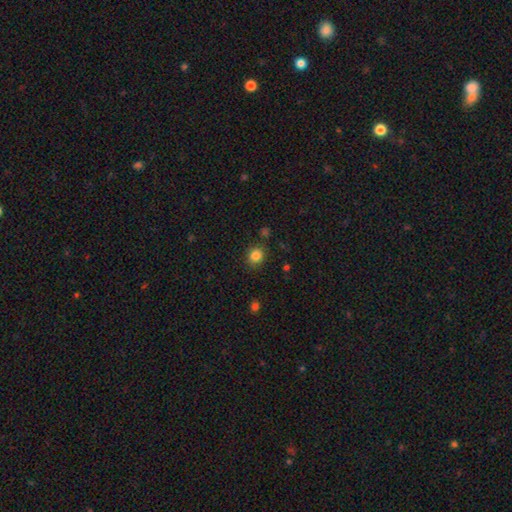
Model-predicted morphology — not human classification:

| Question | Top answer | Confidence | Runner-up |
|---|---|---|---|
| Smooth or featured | smooth | 84% | star or artifact (12%) |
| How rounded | round | 78% | in between (22%) |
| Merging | none | 84% | minor disturbance (10%) |